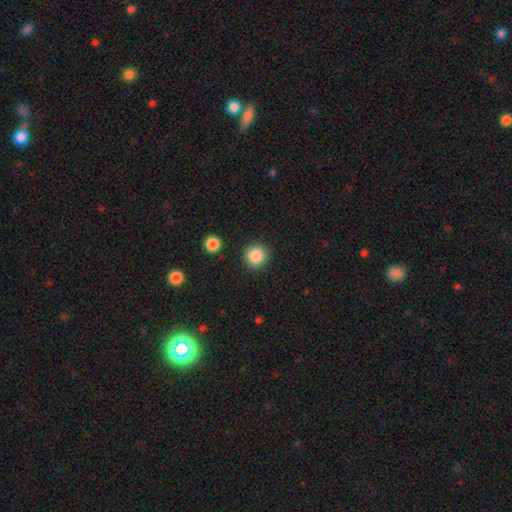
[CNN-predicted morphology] A smooth galaxy with no disk features (86%) that is round (94%).

Vote fractions:
- Smooth or featured? smooth: 86% / star or artifact: 10% / featured or disk: 4%
- How rounded? round: 94% / in between: 5% / cigar-shaped: 1%
- Merging? none: 90% / minor disturbance: 6% / major disturbance: 2% / merger: 2%